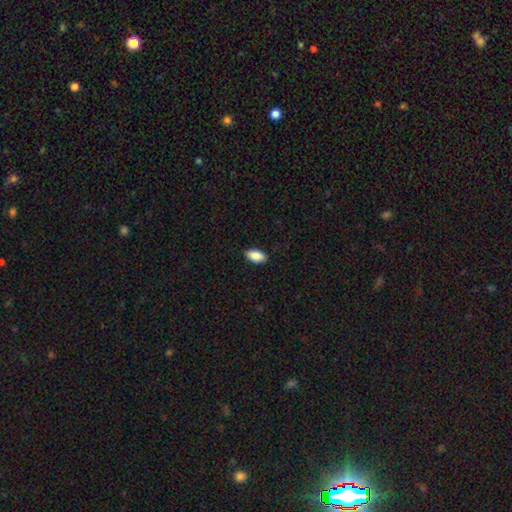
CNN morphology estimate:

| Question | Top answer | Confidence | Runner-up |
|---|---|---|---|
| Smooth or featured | smooth | 88% | star or artifact (6%) |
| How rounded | in between | 92% | cigar-shaped (5%) |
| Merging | none | 89% | minor disturbance (9%) |